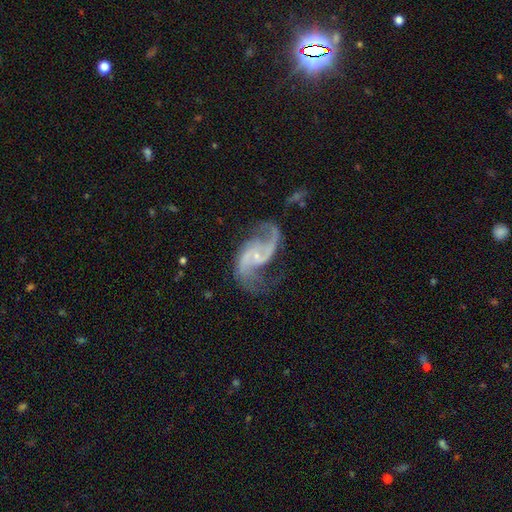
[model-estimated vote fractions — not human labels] Smooth or featured? featured or disk (91%)
Edge-on disk? no (98%)
Bar? no (49%)
Spiral arms? yes (97%)
Spiral winding? loose (51%)
Spiral arm count? 2 (92%)
Bulge size? small (73%)
Merging? none (64%)